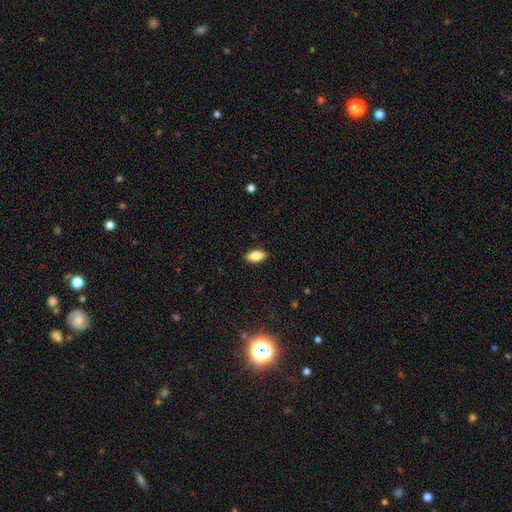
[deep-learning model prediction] This appears to be a smooth galaxy with no disk features (81%) that is in between round and cigar-shaped (87%). Merging: none (88%).